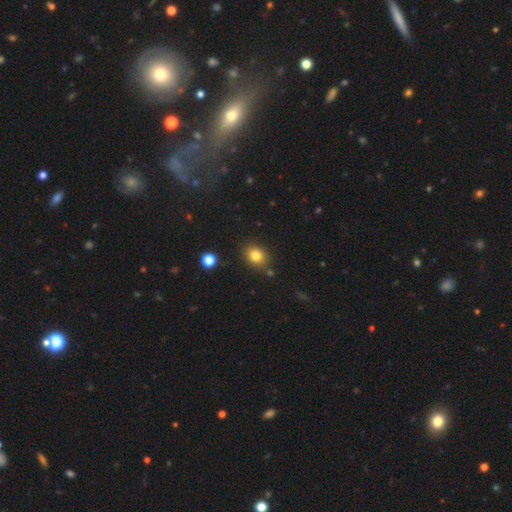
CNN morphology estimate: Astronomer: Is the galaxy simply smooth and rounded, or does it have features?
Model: smooth — 81%.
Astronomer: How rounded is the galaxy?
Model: in between — 52% (runner-up: round, 47%).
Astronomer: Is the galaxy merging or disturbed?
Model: none — 83%.